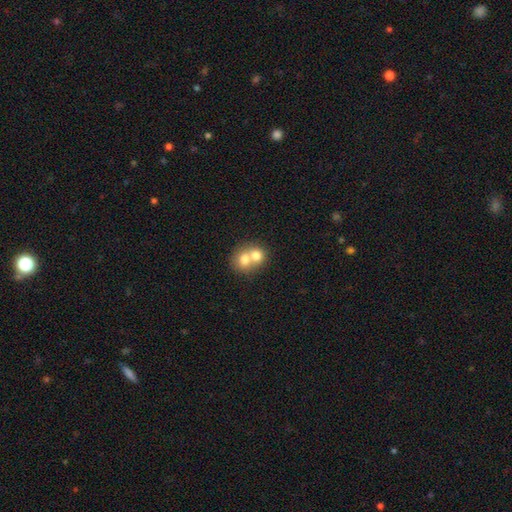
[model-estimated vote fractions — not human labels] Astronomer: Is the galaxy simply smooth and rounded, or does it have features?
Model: smooth — 71%.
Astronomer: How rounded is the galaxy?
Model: round — 72%.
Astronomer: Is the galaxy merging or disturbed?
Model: merger — 70%.